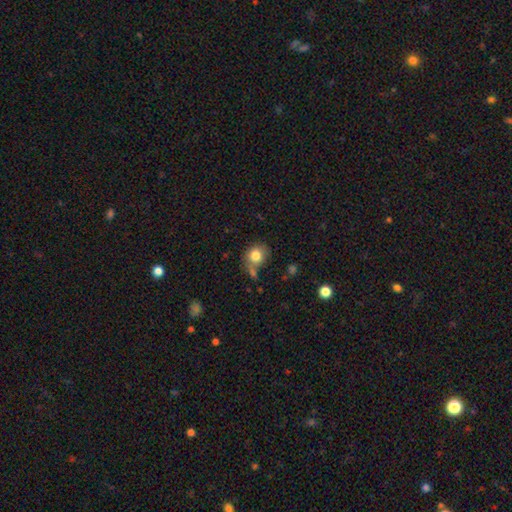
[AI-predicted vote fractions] Smooth or featured? Predicted: smooth (p=0.81). How rounded? Predicted: round (p=0.69). Merging? Predicted: none (p=0.57).